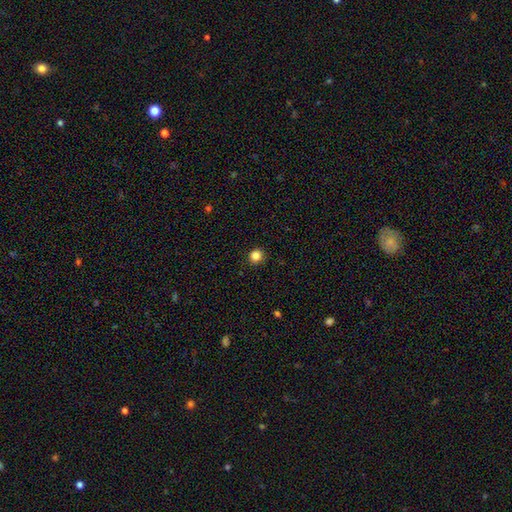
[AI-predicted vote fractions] Smooth or featured: smooth — 84% (star or artifact — 12%)
How rounded: round — 91% (in between — 8%)
Merging: none — 92% (minor disturbance — 5%)